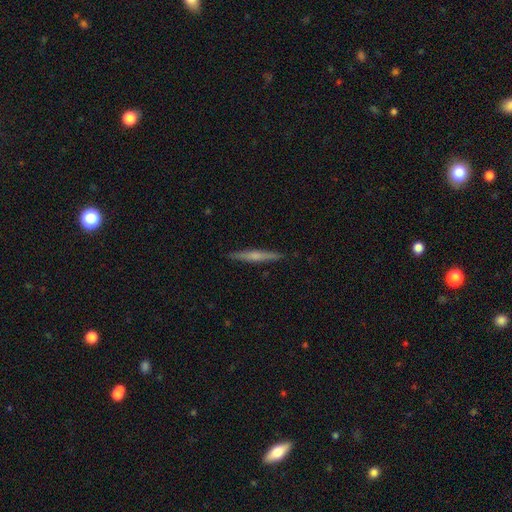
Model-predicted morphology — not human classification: Smooth or featured?
  - featured or disk: 56% *
  - smooth: 38%
  - star or artifact: 6%
Edge-on disk?
  - yes: 97% *
  - no: 3%
Edge-on bulge?
  - rounded: 60% *
  - none: 31%
  - boxy: 9%
Merging?
  - none: 91% *
  - minor disturbance: 6%
  - major disturbance: 1%
  - merger: 1%